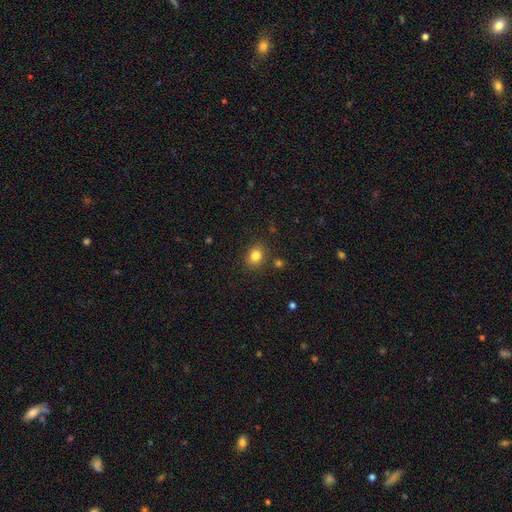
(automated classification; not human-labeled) Smooth or featured: smooth — 82% (star or artifact — 12%)
How rounded: in between — 50% (round — 49%)
Merging: none — 83% (minor disturbance — 10%)